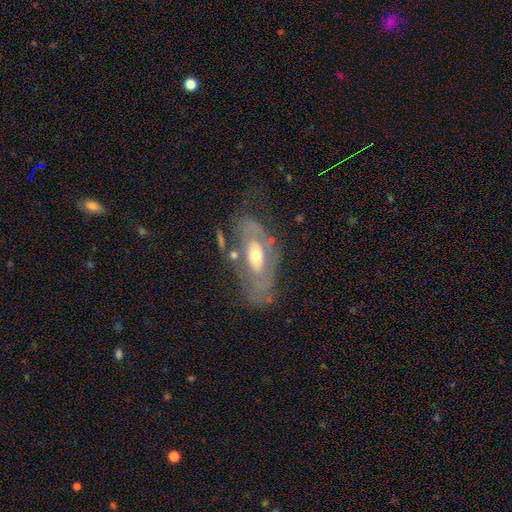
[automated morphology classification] smooth-or-featured: featured or disk: 70% | smooth: 24% | star or artifact: 7%
  disk-edge-on: no: 86% | yes: 14%
    bar: no: 73% | weak: 19% | strong: 8%
    has-spiral-arms: no: 52% | yes: 48%
    bulge-size: moderate: 64% | small: 27% | large: 7% | dominant: 1% | none: 1%
  merging: none: 58% | minor disturbance: 21% | major disturbance: 15% | merger: 5%